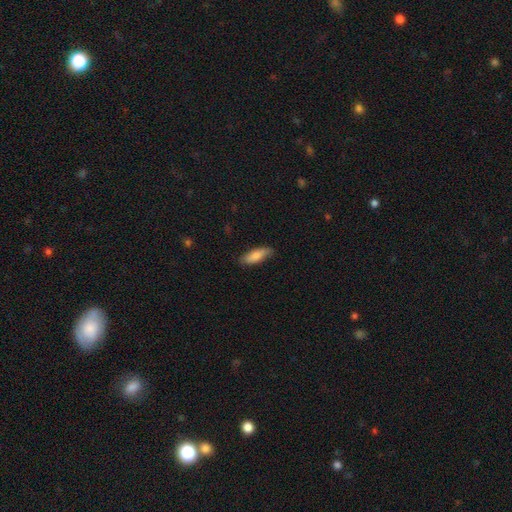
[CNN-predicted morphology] smooth_or_featured: smooth (p=0.80) [alt: featured or disk p=0.14]
how_rounded: in between (p=0.60) [alt: cigar-shaped p=0.39]
merging: none (p=0.80) [alt: minor disturbance p=0.17]